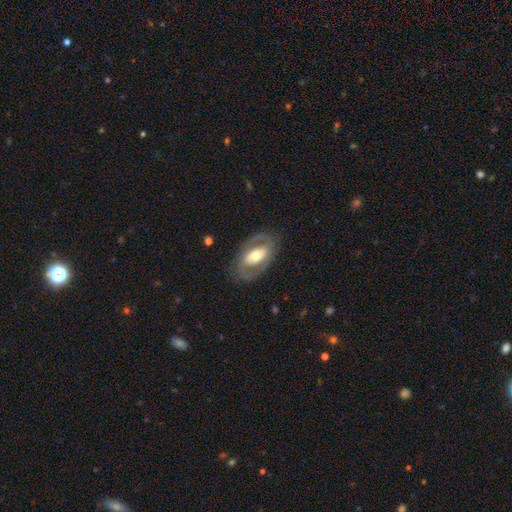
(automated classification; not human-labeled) This is likely a featured or disk galaxy (68%). It is clearly not viewed edge-on (92%). Bar: marginally no (44%). Spiral arm pattern: possibly yes (53%). Central bulge: likely moderate (62%). Merging: likely none (78%).